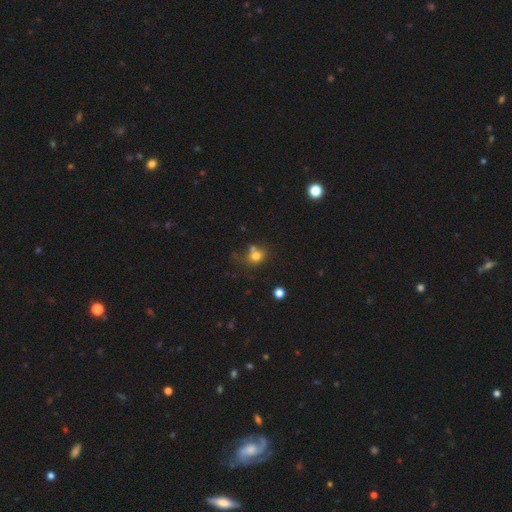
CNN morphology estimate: smooth-or-featured: smooth: 74% | star or artifact: 15% | featured or disk: 11%
  how-rounded: round: 68% | in between: 31% | cigar-shaped: 1%
  merging: none: 54% | merger: 23% | minor disturbance: 16% | major disturbance: 7%